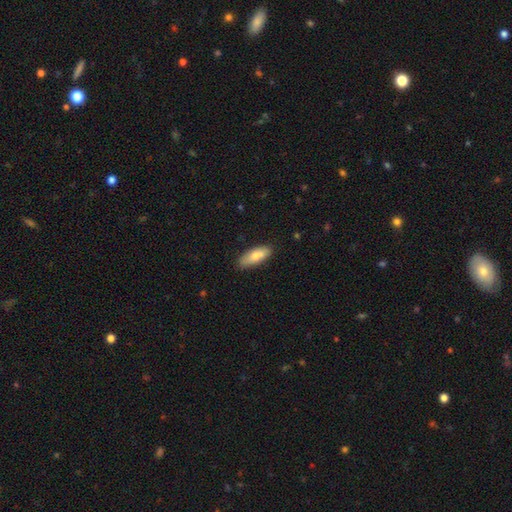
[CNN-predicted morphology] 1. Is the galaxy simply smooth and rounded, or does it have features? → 70% smooth, 24% featured or disk, 6% star or artifact.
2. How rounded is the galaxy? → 72% in between, 25% cigar-shaped, 3% round.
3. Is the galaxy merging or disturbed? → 83% none, 12% minor disturbance, 2% merger, 2% major disturbance.